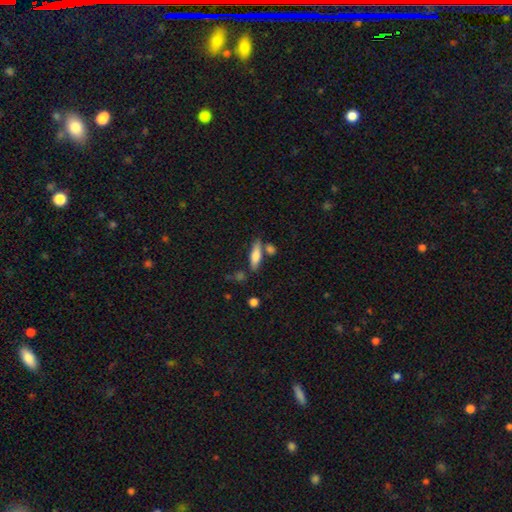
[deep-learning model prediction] smooth 74%, featured or disk 20%, star or artifact 7%. Down the decision tree: how rounded — cigar-shaped (56%); merging — none (67%).